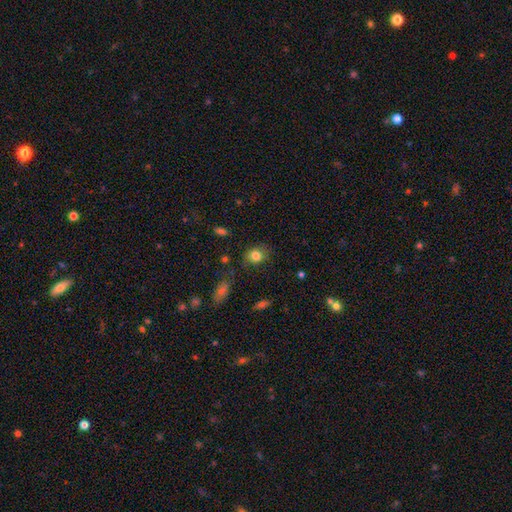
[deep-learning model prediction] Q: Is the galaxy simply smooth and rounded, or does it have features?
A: smooth — 82%.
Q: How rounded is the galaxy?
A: round — 56%.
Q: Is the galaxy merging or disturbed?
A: none — 74%.